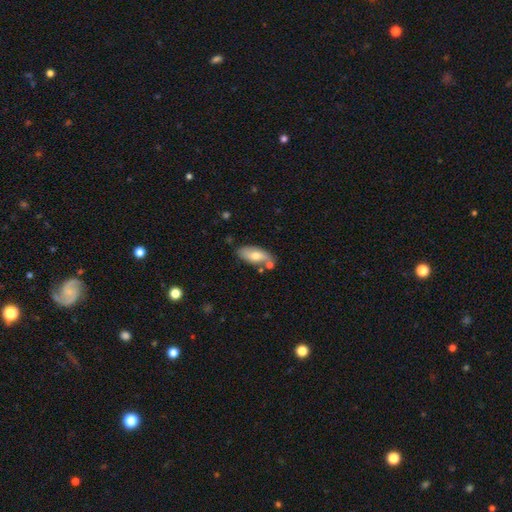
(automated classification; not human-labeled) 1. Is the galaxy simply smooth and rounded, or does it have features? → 62% smooth, 31% featured or disk, 6% star or artifact.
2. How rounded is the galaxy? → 84% in between, 13% cigar-shaped, 3% round.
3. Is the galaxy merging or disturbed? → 70% none, 16% minor disturbance, 11% merger, 3% major disturbance.